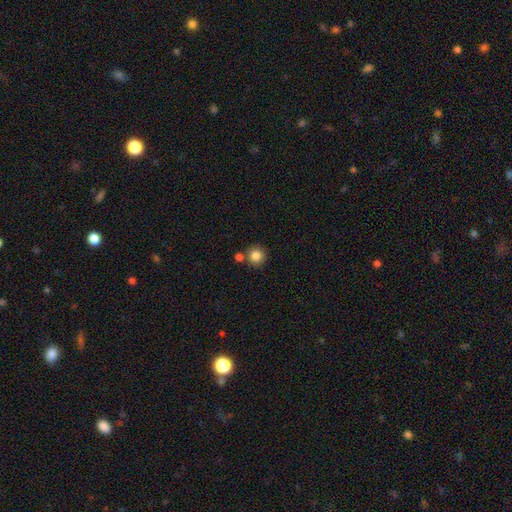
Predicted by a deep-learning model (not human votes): smooth 84%, star or artifact 10%, featured or disk 6%. Down the decision tree: how rounded — round (94%); merging — none (78%).